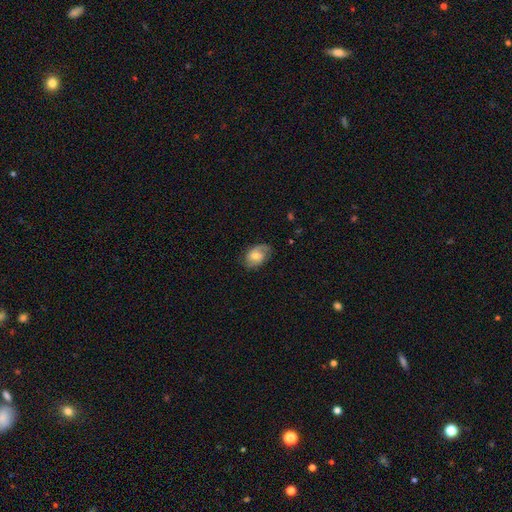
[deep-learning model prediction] Morphology: type=featured or disk (51%); edge-on=no (95%); merging=none (67%).